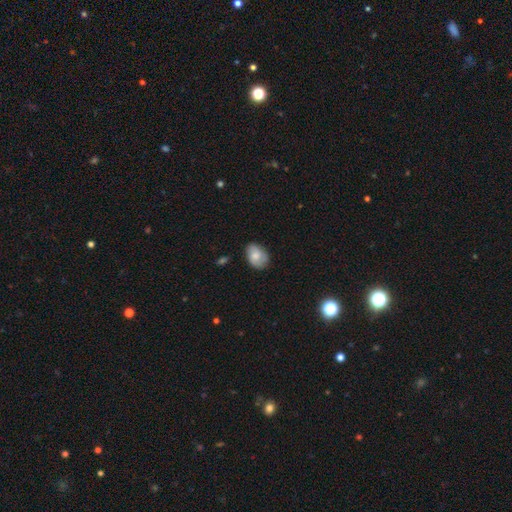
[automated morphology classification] Smooth or featured: smooth — 75% (featured or disk — 18%)
How rounded: in between — 79% (round — 20%)
Merging: none — 72% (minor disturbance — 23%)